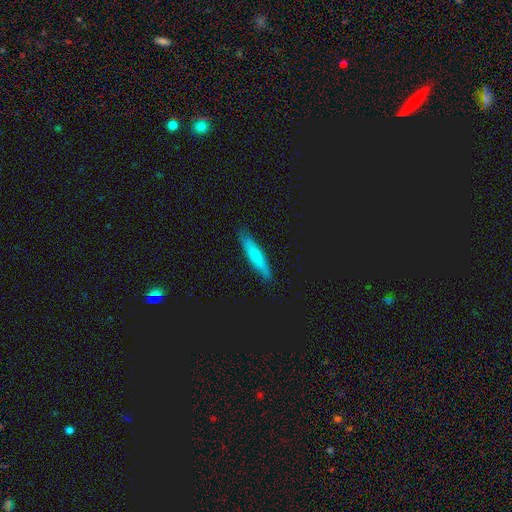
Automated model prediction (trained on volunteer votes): Overall: smooth (63%; featured or disk 30%). How rounded: cigar-shaped (85%). Merging: none (87%).